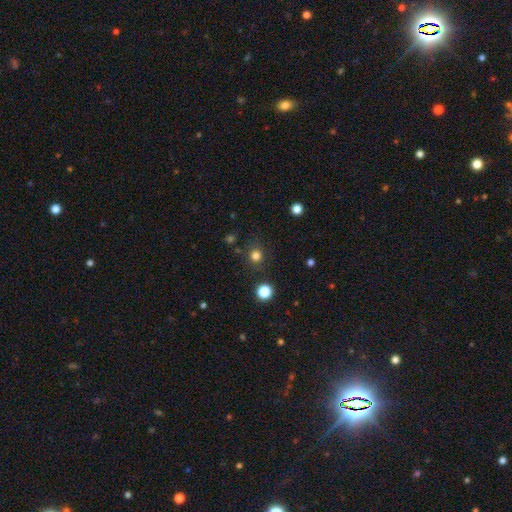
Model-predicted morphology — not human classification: Smooth or featured? smooth (79%)
How rounded? round (88%)
Merging? none (84%)